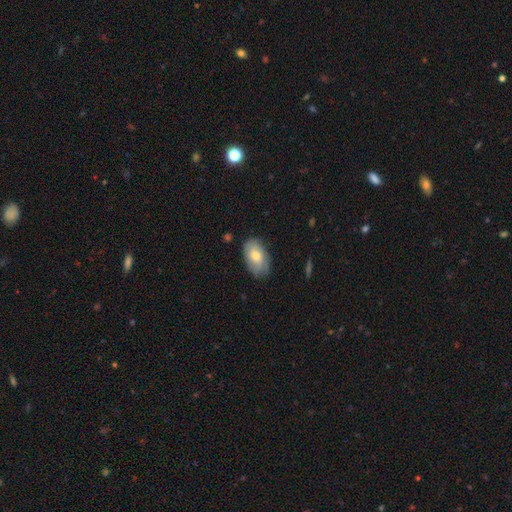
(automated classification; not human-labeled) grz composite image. It shows a smooth galaxy with no disk features (69%) that is in between round and cigar-shaped (93%). Merging: none (75%).